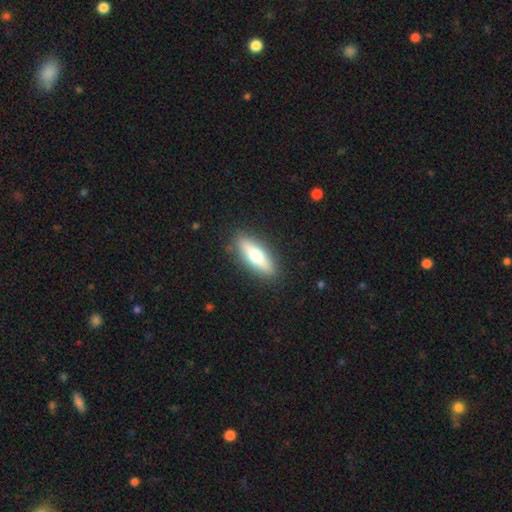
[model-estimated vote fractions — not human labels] This appears to be a smooth galaxy with no disk features (57%) that is in between round and cigar-shaped (50%). Merging: none (88%).